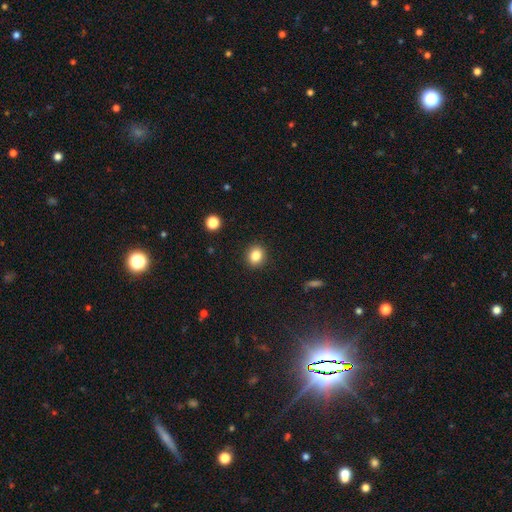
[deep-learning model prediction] Q: Smooth or featured?
A: smooth (84%); runner-up: star or artifact (11%)
Q: How rounded?
A: round (71%); runner-up: in between (28%)
Q: Merging?
A: none (91%); runner-up: minor disturbance (6%)